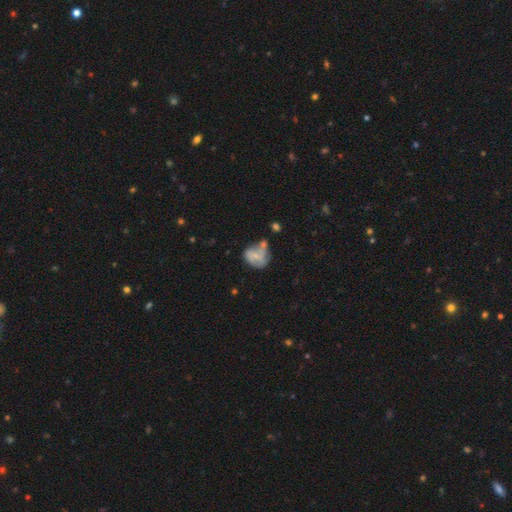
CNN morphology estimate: smooth-or-featured: smooth: 46% | featured or disk: 45% | star or artifact: 9%
  merging: none: 33% | minor disturbance: 26% | merger: 23% | major disturbance: 18%